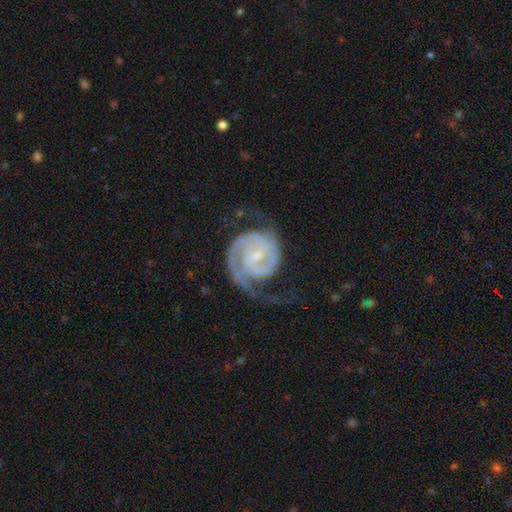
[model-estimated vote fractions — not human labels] Smooth or featured? featured or disk (91%)
Edge-on disk? no (98%)
Bar? weak (45%)
Spiral arms? yes (98%)
Spiral winding? tight (56%)
Spiral arm count? 2 (72%)
Bulge size? small (67%)
Merging? none (60%)